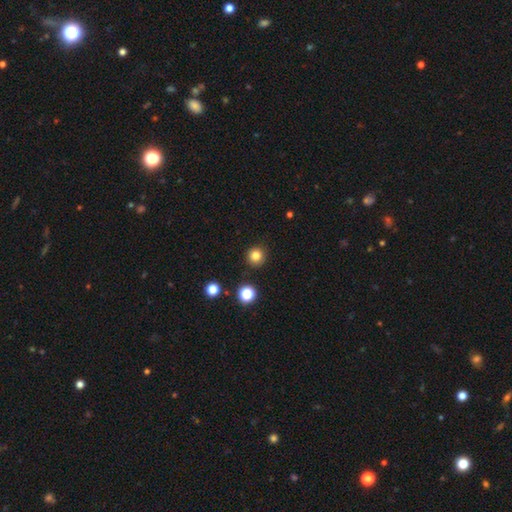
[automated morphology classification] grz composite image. It shows a smooth galaxy with no disk features (81%) that is round (94%). Merging: none (91%).